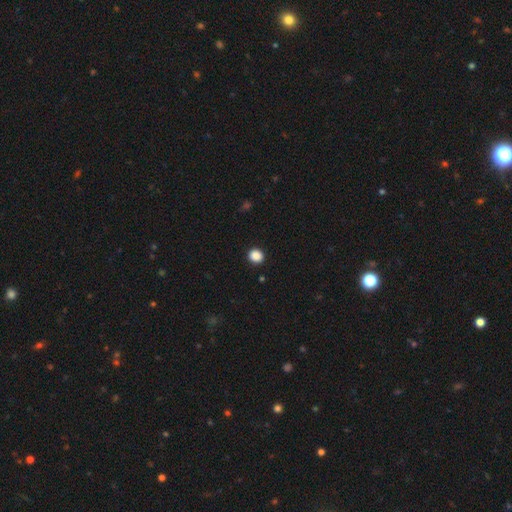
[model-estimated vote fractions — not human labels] Morphology: type=smooth (88%); roundness=round (84%); merging=none (92%).